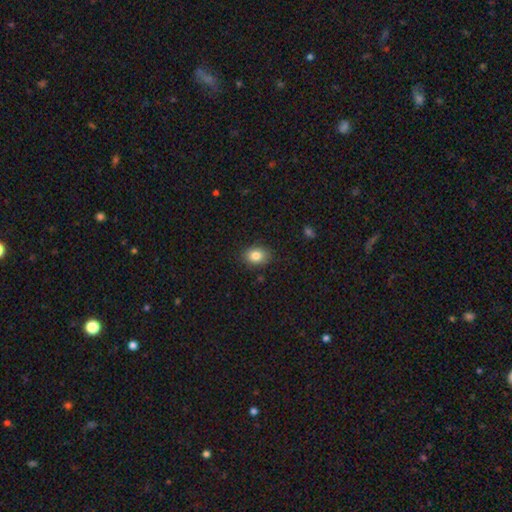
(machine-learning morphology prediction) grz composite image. It shows a smooth galaxy with no disk features (84%) that is in between round and cigar-shaped (58%). Merging: none (86%).